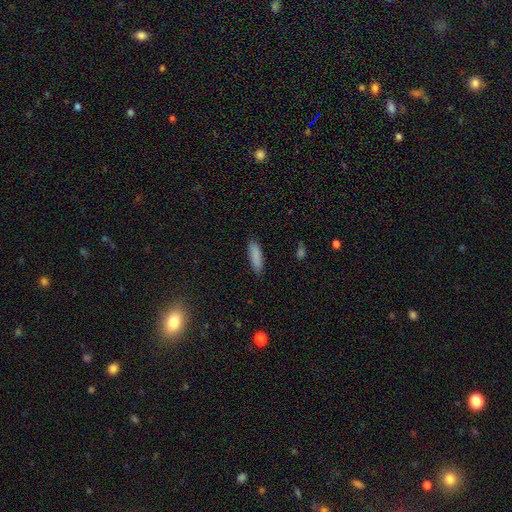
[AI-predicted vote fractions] smooth_or_featured: smooth (p=0.87) [alt: featured or disk p=0.07]
how_rounded: cigar-shaped (p=0.53) [alt: in between p=0.45]
merging: none (p=0.86) [alt: minor disturbance p=0.11]